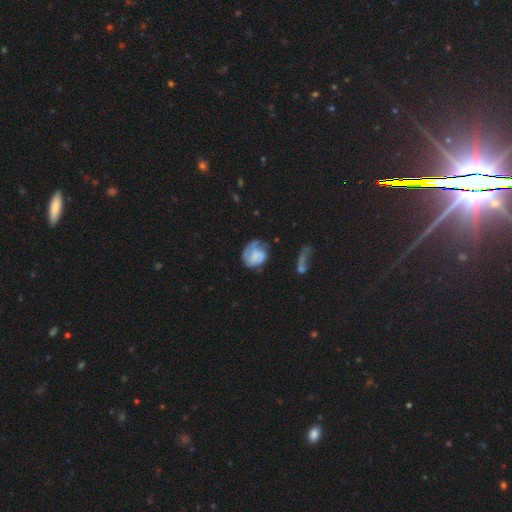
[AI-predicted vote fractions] smooth-or-featured: featured or disk: 51% | smooth: 42% | star or artifact: 7%
  disk-edge-on: no: 97% | yes: 3%
  merging: none: 43% | minor disturbance: 28% | major disturbance: 25% | merger: 4%